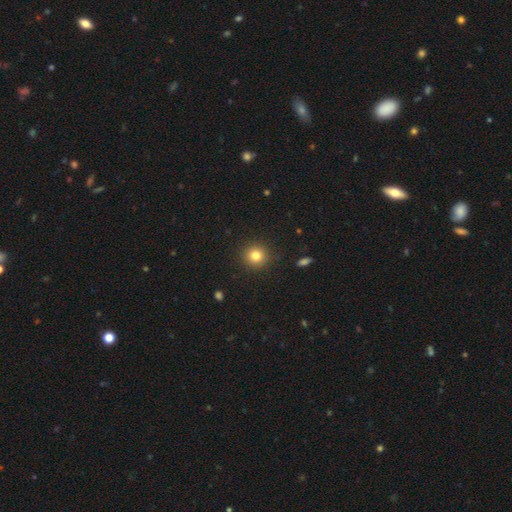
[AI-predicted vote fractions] Smooth or featured? Predicted: smooth (p=0.81). How rounded? Predicted: round (p=0.92). Merging? Predicted: none (p=0.91).